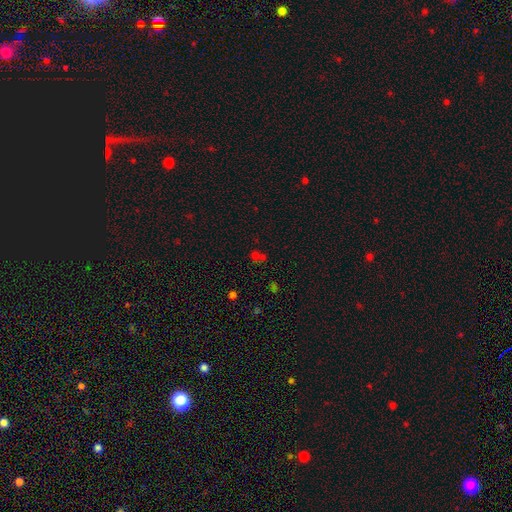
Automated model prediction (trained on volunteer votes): This appears to be a smooth galaxy with no disk features (48%). Merging: none (49%).